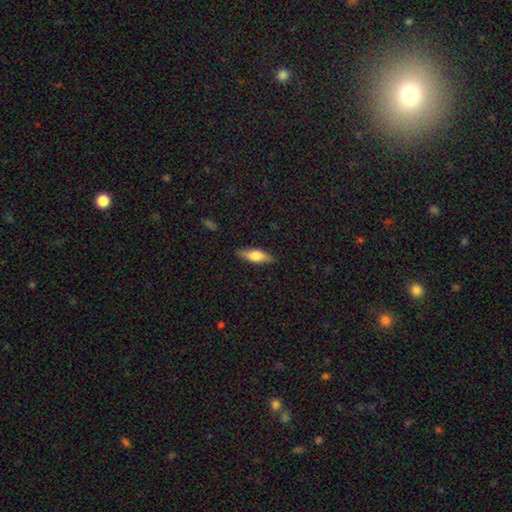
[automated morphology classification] smooth-or-featured: smooth: 65% | featured or disk: 29% | star or artifact: 6%
  how-rounded: in between: 53% | cigar-shaped: 45% | round: 2%
  merging: none: 86% | minor disturbance: 11% | major disturbance: 2% | merger: 1%